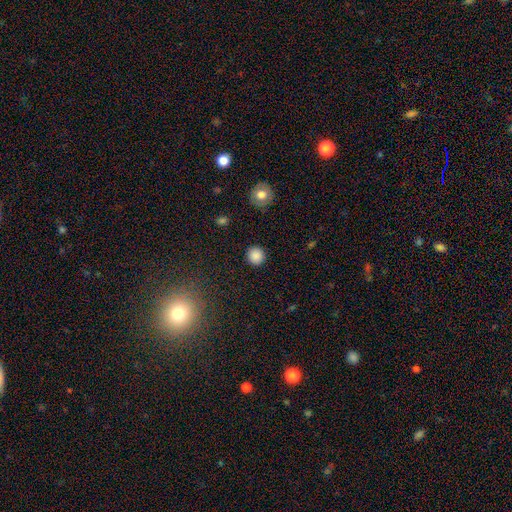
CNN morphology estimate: This is clearly a smooth galaxy (86%). How rounded: clearly round (93%). Merging: clearly none (91%).